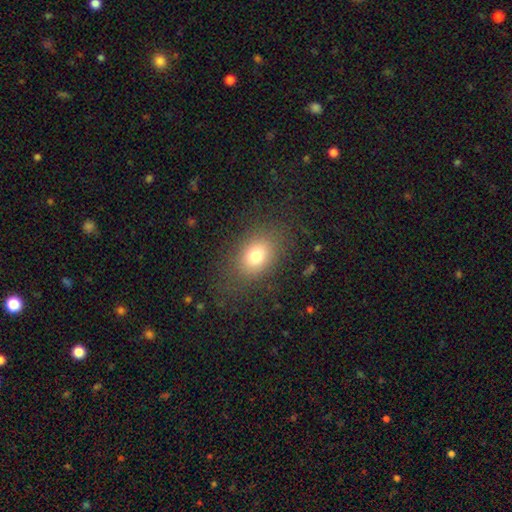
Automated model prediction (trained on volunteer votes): Overall: smooth (75%). How rounded: in between (68%; round 31%). Merging: none (79%).